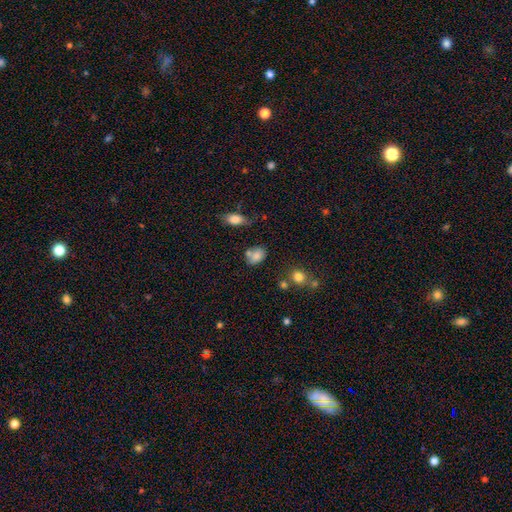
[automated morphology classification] A smooth galaxy with no disk features (79%) that is in between round and cigar-shaped (69%). Merging: none (53%).